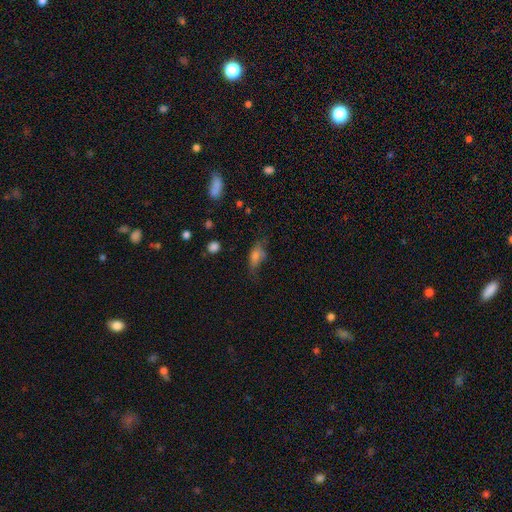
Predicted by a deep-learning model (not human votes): This appears to be a smooth galaxy with no disk features (68%) that is in between round and cigar-shaped (79%). Merging: none (41%).